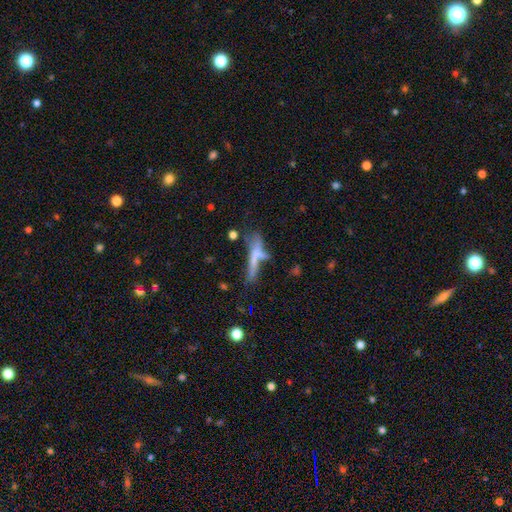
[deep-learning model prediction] Smooth or featured: smooth — 50% (featured or disk — 38%)
How rounded: cigar-shaped — 80% (in between — 17%)
Merging: none — 36% (merger — 33%)